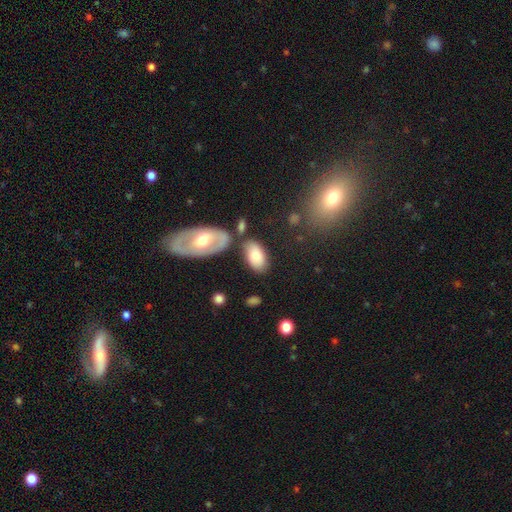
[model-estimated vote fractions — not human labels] Morphology: type=smooth (76%); roundness=in between (94%); merging=none (66%).